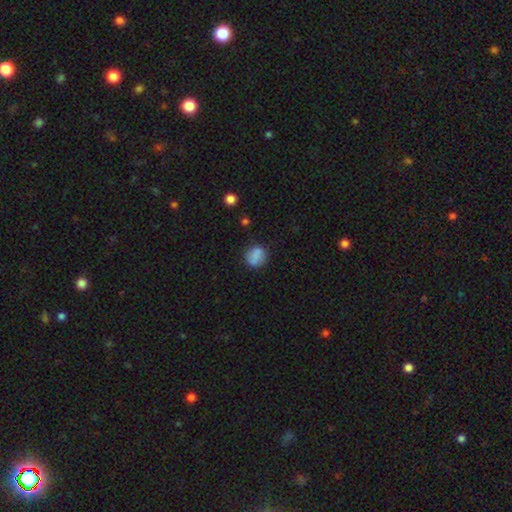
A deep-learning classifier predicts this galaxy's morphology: smooth_or_featured: smooth (p=0.80) [alt: featured or disk p=0.10]
how_rounded: round (p=0.65) [alt: in between p=0.32]
merging: none (p=0.76) [alt: minor disturbance p=0.16]